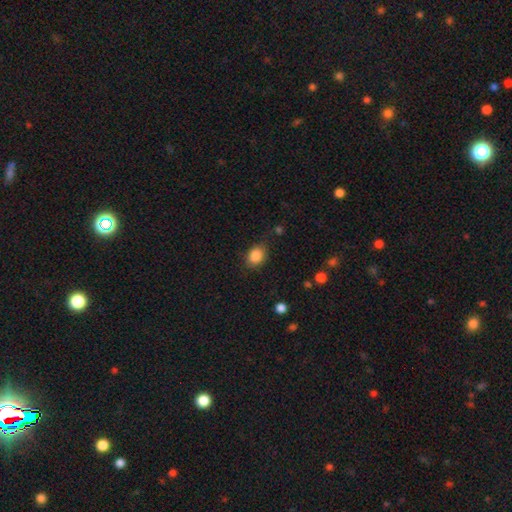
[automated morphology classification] The model was most divided on "how rounded": in between: 55%, round: 44%, cigar-shaped: 1%. More confident: smooth or featured — smooth (86%); merging — none (74%).